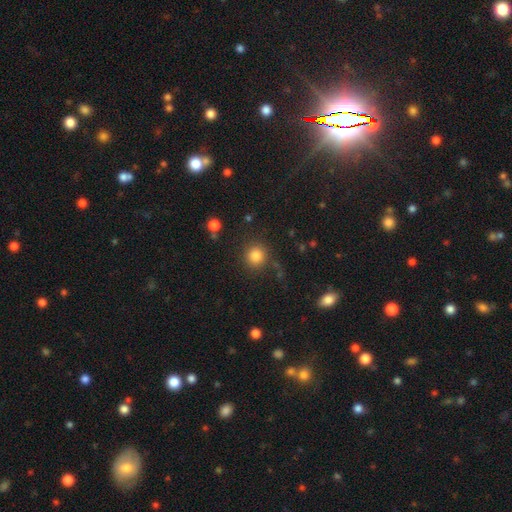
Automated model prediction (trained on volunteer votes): Smooth or featured? Predicted: smooth (p=0.83). How rounded? Predicted: round (p=0.91). Merging? Predicted: none (p=0.84).